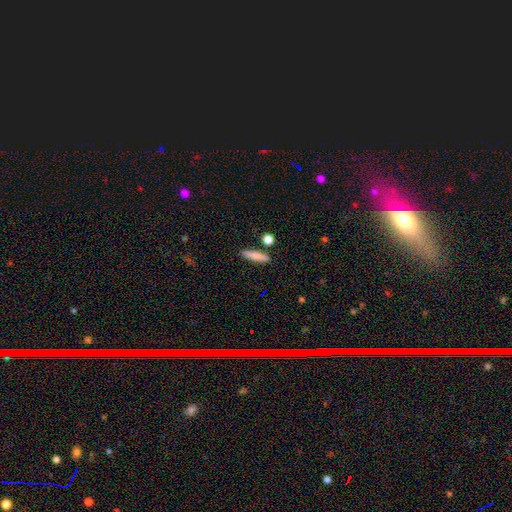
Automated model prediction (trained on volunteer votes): A smooth galaxy with no disk features (81%) that is cigar-shaped (79%).

Vote fractions:
- Smooth or featured? smooth: 81% / featured or disk: 11% / star or artifact: 7%
- How rounded? cigar-shaped: 79% / in between: 18% / round: 3%
- Merging? none: 84% / minor disturbance: 9% / merger: 4% / major disturbance: 2%